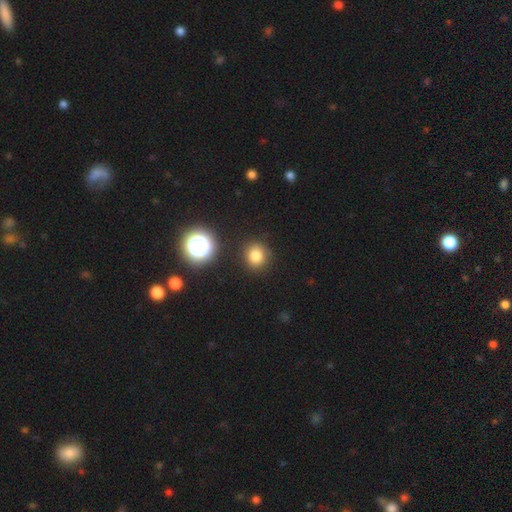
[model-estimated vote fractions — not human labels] This is likely a smooth galaxy (79%). How rounded: clearly round (87%). Merging: clearly none (88%).